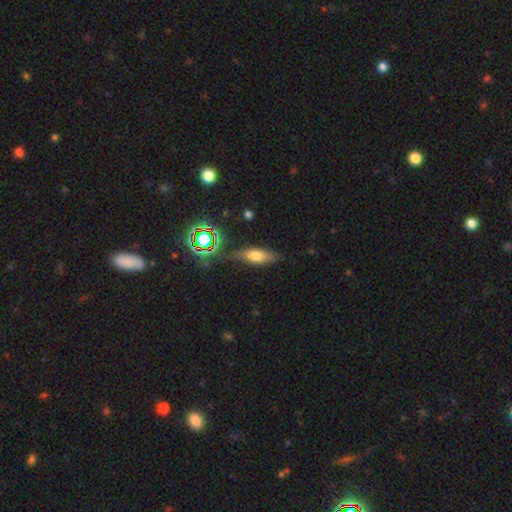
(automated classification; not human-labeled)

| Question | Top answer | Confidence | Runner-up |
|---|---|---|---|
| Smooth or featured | smooth | 55% | featured or disk (31%) |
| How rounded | in between | 56% | cigar-shaped (38%) |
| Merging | none | 72% | minor disturbance (18%) |